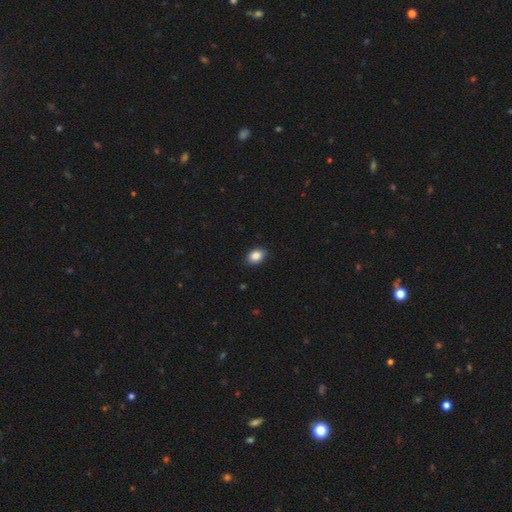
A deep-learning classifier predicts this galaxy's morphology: Smooth or featured? smooth (88%)
How rounded? in between (75%)
Merging? none (88%)